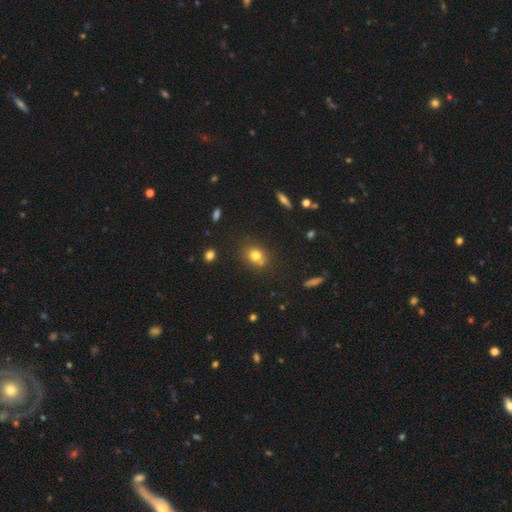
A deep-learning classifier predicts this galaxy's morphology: The model was most divided on "how rounded": round: 60%, in between: 39%, cigar-shaped: 1%. More confident: smooth or featured — smooth (74%); merging — none (66%).